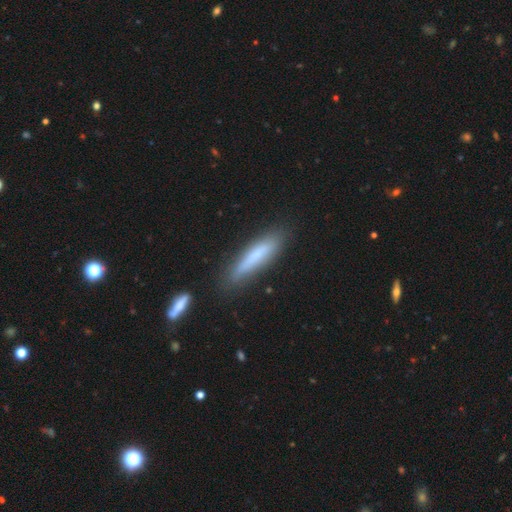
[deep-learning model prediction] Smooth or featured? smooth (67%)
How rounded? cigar-shaped (84%)
Merging? none (76%)